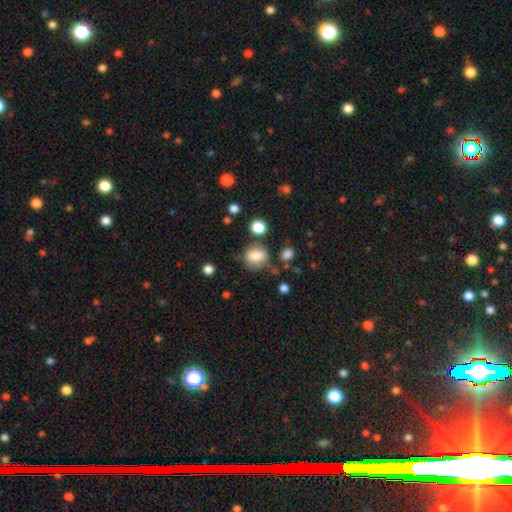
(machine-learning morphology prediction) type=smooth (78%); roundness=round (59%); merging=none (65%).